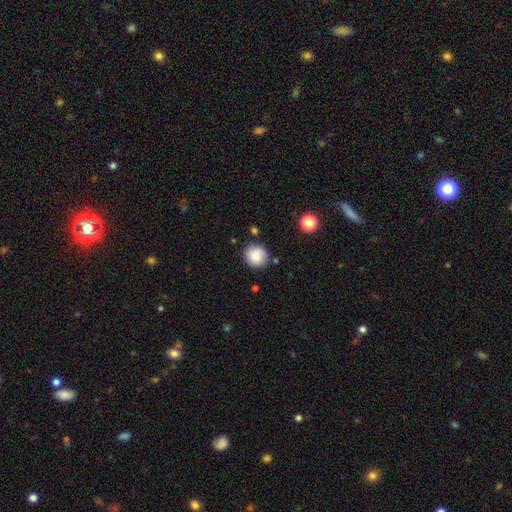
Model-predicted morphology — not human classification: A smooth galaxy with no disk features (84%) that is round (91%). Merging: none (85%).